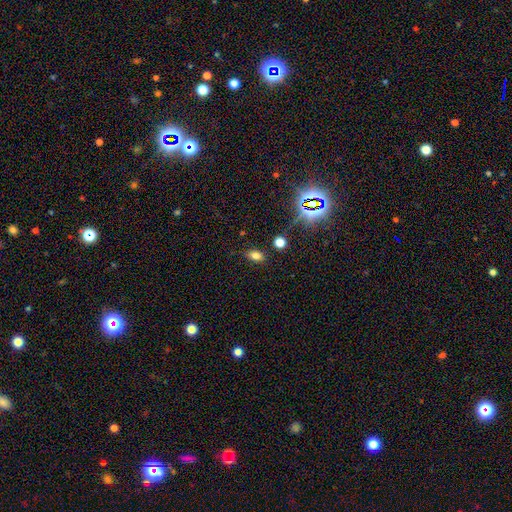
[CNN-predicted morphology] A smooth galaxy with no disk features (73%) that is in between round and cigar-shaped (82%).

Vote fractions:
- Smooth or featured? smooth: 73% / star or artifact: 20% / featured or disk: 8%
- How rounded? in between: 82% / round: 15% / cigar-shaped: 3%
- Merging? none: 82% / minor disturbance: 11% / merger: 3% / major disturbance: 3%